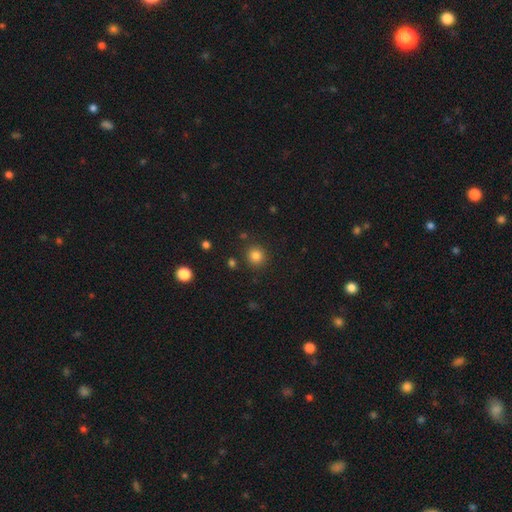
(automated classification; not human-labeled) The model was most divided on "smooth or featured": smooth: 83%, star or artifact: 13%, featured or disk: 5%. More confident: how rounded — round (92%); merging — none (88%).